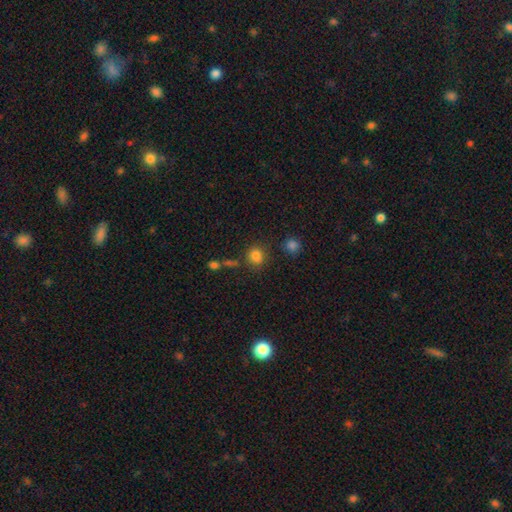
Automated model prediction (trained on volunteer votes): A smooth galaxy with no disk features (79%) that is round (75%).

Vote fractions:
- Smooth or featured? smooth: 79% / star or artifact: 15% / featured or disk: 6%
- How rounded? round: 75% / in between: 24% / cigar-shaped: 1%
- Merging? none: 71% / minor disturbance: 13% / merger: 11% / major disturbance: 5%